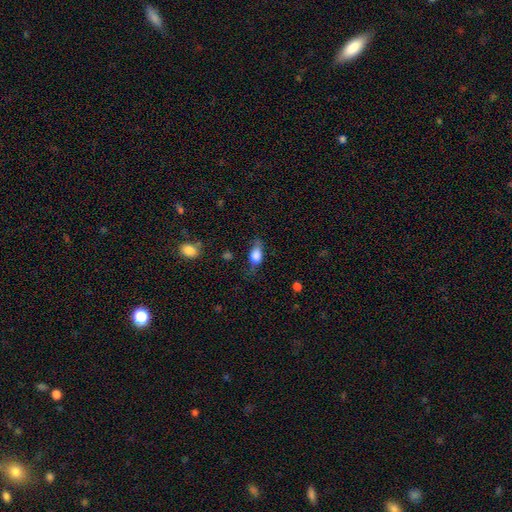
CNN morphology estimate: smooth-or-featured: smooth: 78% | featured or disk: 14% | star or artifact: 8%
  how-rounded: in between: 81% | round: 10% | cigar-shaped: 8%
  merging: none: 57% | minor disturbance: 29% | major disturbance: 12% | merger: 2%